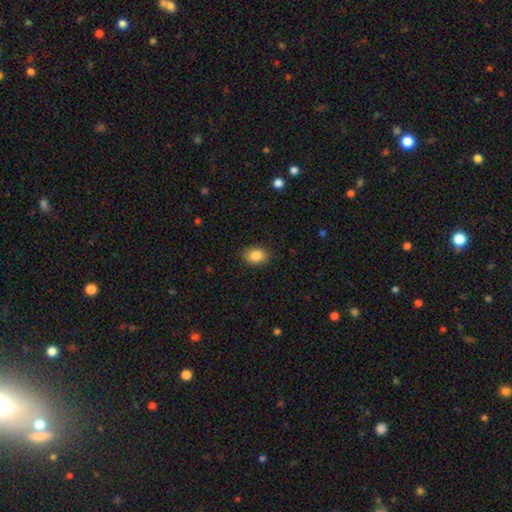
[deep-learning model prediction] The model was most divided on "how rounded": in between: 68%, round: 31%, cigar-shaped: 1%. More confident: merging — none (88%); smooth or featured — smooth (86%).